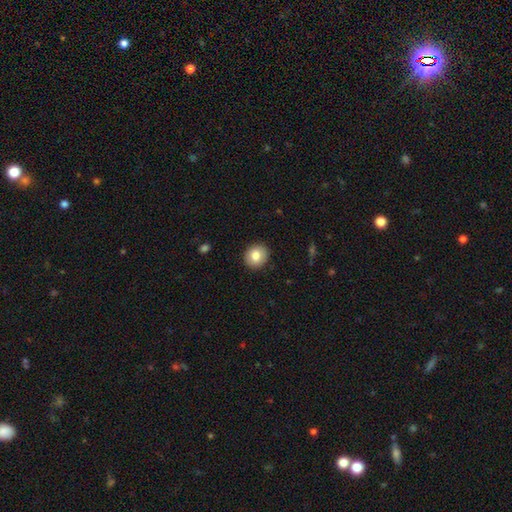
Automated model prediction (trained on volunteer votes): Morphology: type=smooth (82%); roundness=round (80%); merging=none (91%).